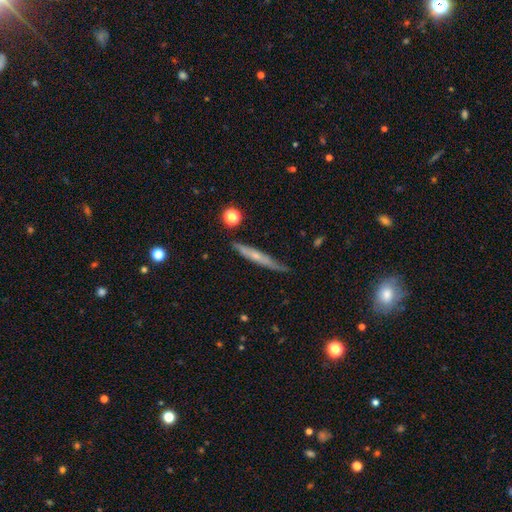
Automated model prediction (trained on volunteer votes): The model was most divided on "smooth or featured": featured or disk: 51%, smooth: 43%, star or artifact: 7%. More confident: edge-on disk — yes (92%); merging — none (77%).